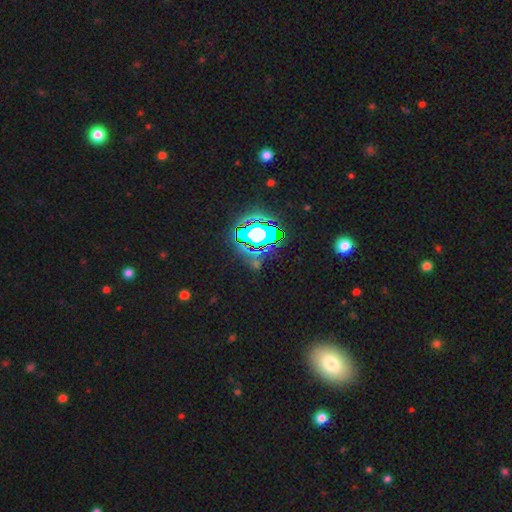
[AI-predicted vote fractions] This appears to be a star or artifact, not a galaxy (78%).